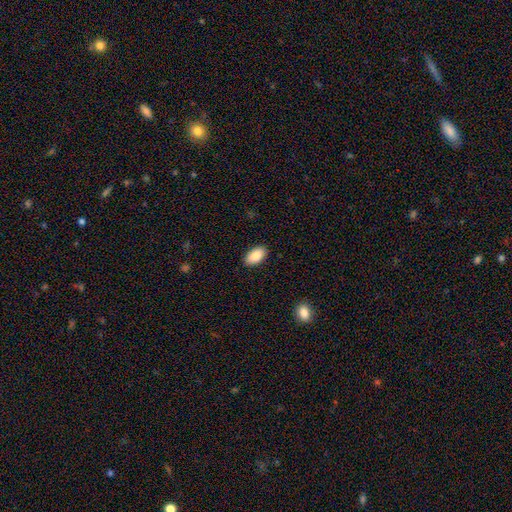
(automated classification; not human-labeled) smooth 87%, star or artifact 7%, featured or disk 6%. Down the decision tree: how rounded — in between (94%); merging — none (89%).